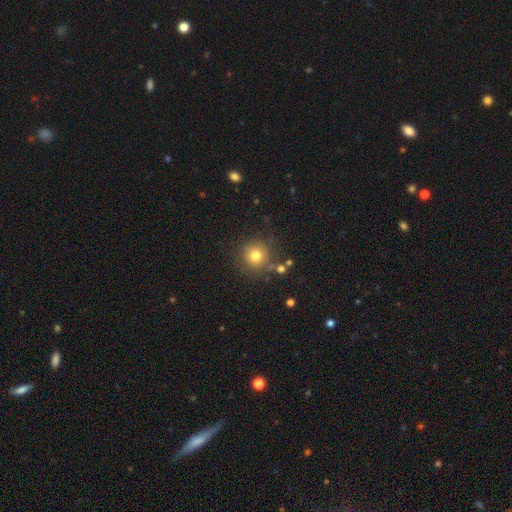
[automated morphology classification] A smooth galaxy with no disk features (76%) that is round (94%). Merging: none (80%).